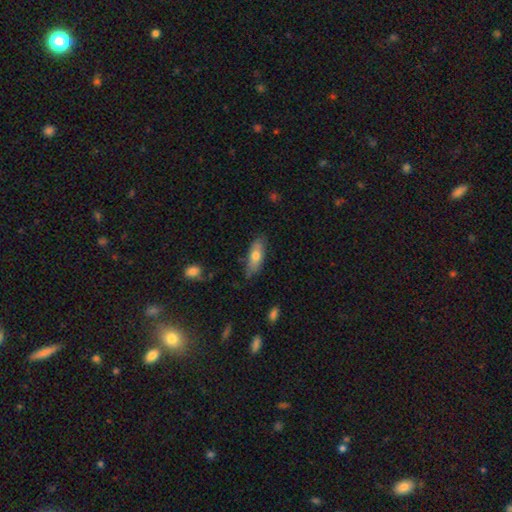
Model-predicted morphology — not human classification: Q: Smooth or featured?
A: smooth (69%); runner-up: featured or disk (25%)
Q: How rounded?
A: in between (67%); runner-up: cigar-shaped (30%)
Q: Merging?
A: none (77%); runner-up: minor disturbance (18%)